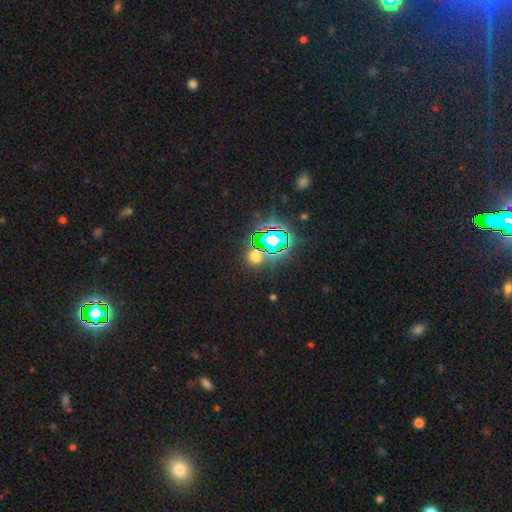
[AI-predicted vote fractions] Smooth or featured? Predicted: star or artifact (p=0.58).